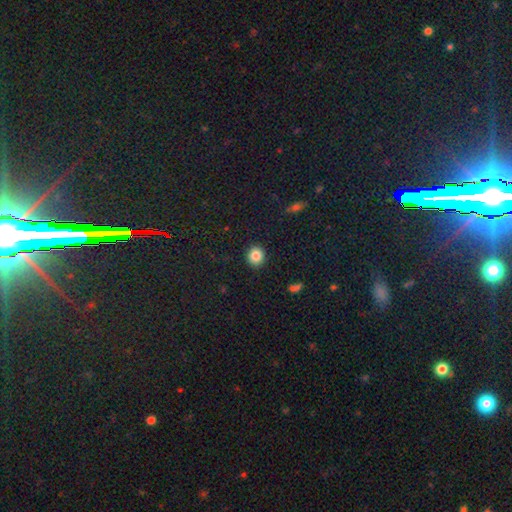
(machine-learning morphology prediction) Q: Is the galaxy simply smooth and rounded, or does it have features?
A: smooth — 85%.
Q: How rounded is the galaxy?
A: round — 85%.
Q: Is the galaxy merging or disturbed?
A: none — 92%.